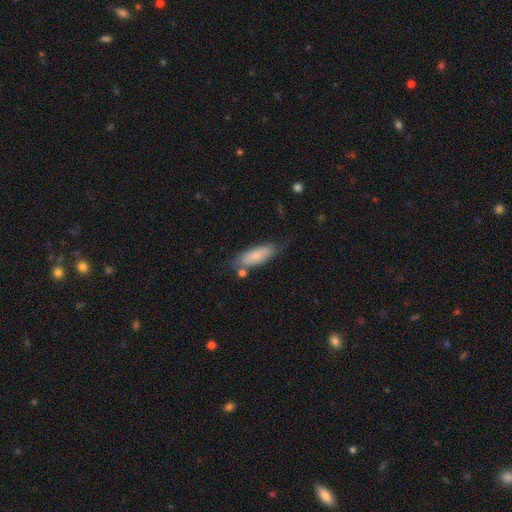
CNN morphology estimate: smooth 76%, featured or disk 17%, star or artifact 7%. Down the decision tree: how rounded — in between (63%); merging — none (63%).